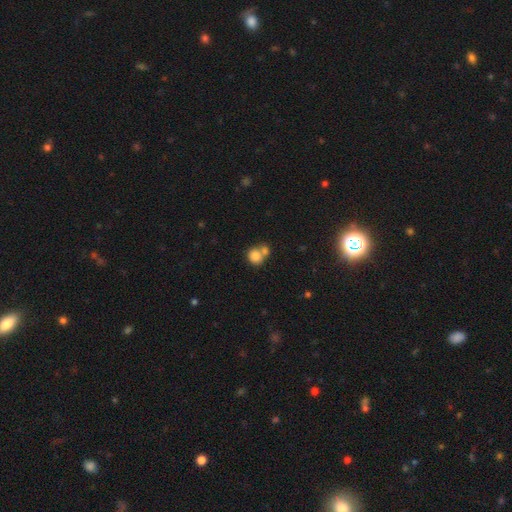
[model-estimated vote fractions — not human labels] Smooth or featured? Predicted: smooth (p=0.81). How rounded? Predicted: round (p=0.79). Merging? Predicted: merger (p=0.48).